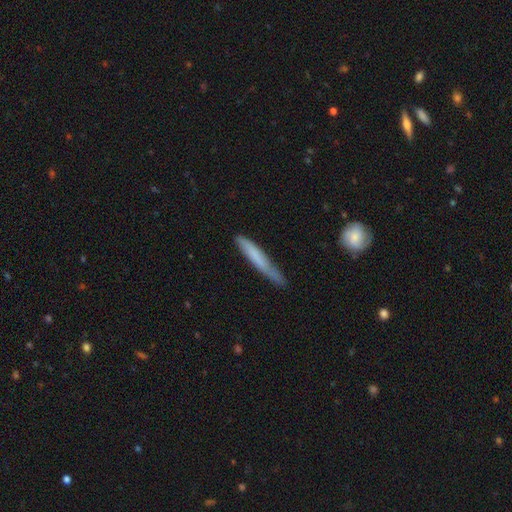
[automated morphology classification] type=smooth (66%); roundness=cigar-shaped (94%); merging=none (60%).